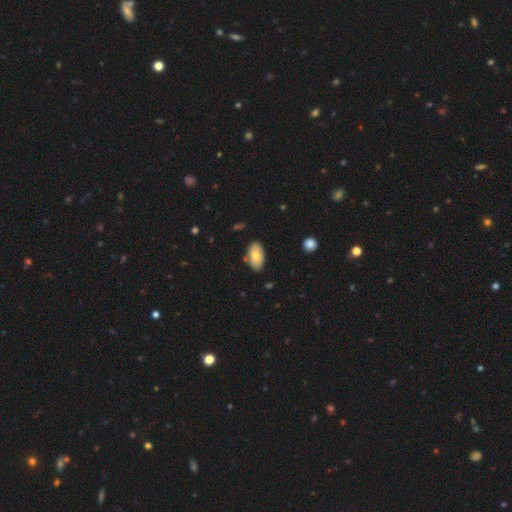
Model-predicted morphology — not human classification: A smooth galaxy with no disk features (75%) that is in between round and cigar-shaped (95%). Merging: none (80%).